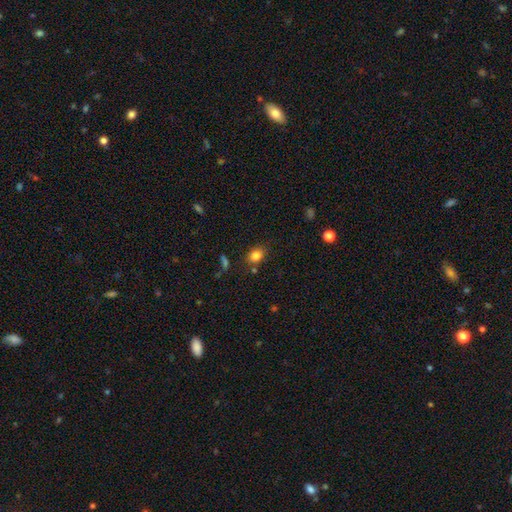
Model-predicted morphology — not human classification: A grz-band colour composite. It shows a smooth galaxy with no disk features (83%) that is in between round and cigar-shaped (65%). Merging: none (77%).